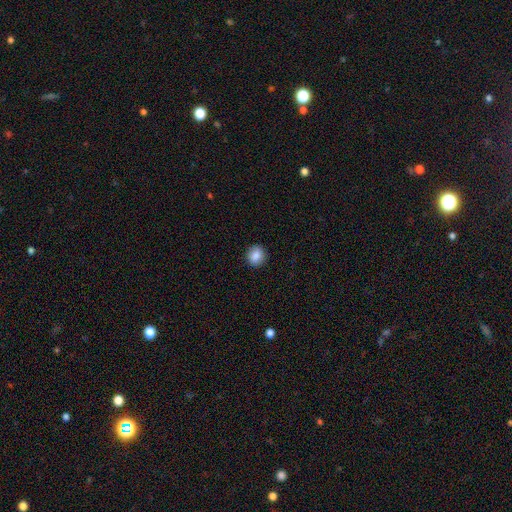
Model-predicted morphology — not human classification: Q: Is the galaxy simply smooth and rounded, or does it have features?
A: smooth — 86%.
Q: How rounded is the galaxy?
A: round — 80%.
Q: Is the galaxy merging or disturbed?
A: none — 90%.